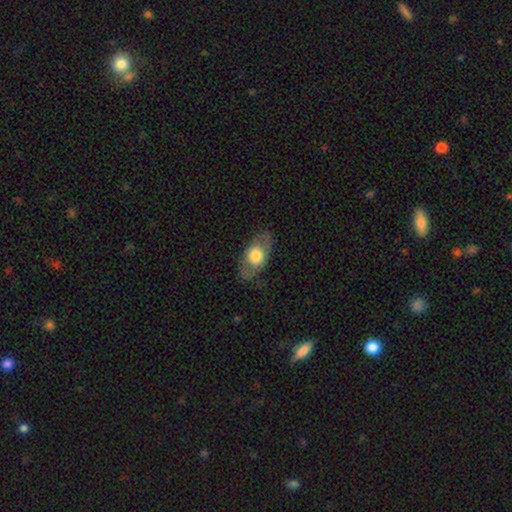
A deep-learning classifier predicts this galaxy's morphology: Smooth or featured? smooth (58%)
How rounded? in between (83%)
Merging? none (76%)